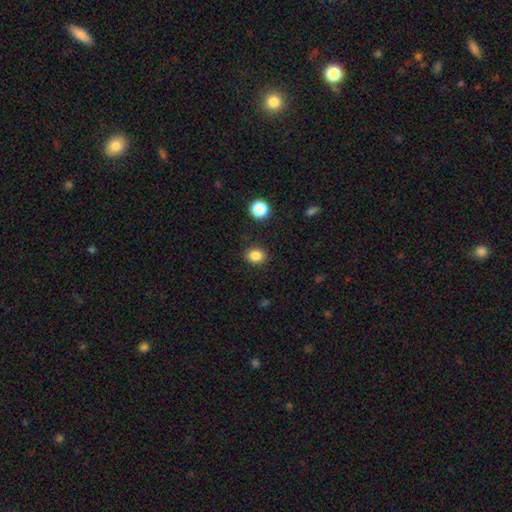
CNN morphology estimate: A smooth galaxy with no disk features (85%) that is round (67%).

Vote fractions:
- Smooth or featured? smooth: 85% / star or artifact: 11% / featured or disk: 4%
- How rounded? round: 67% / in between: 32% / cigar-shaped: 1%
- Merging? none: 88% / minor disturbance: 7% / major disturbance: 2% / merger: 2%